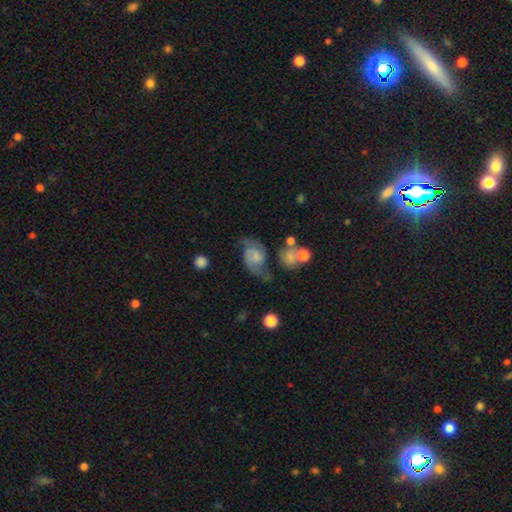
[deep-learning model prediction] Q: Smooth or featured?
A: featured or disk (73%); runner-up: smooth (17%)
Q: Edge-on disk?
A: no (97%); runner-up: yes (3%)
Q: Bar?
A: no (67%); runner-up: weak (28%)
Q: Spiral arms?
A: yes (92%); runner-up: no (8%)
Q: Spiral winding?
A: loose (43%); tied with: medium (43%)
Q: Spiral arm count?
A: 2 (88%); runner-up: can't tell (5%)
Q: Bulge size?
A: small (40%); runner-up: moderate (33%)
Q: Merging?
A: none (53%); runner-up: minor disturbance (22%)